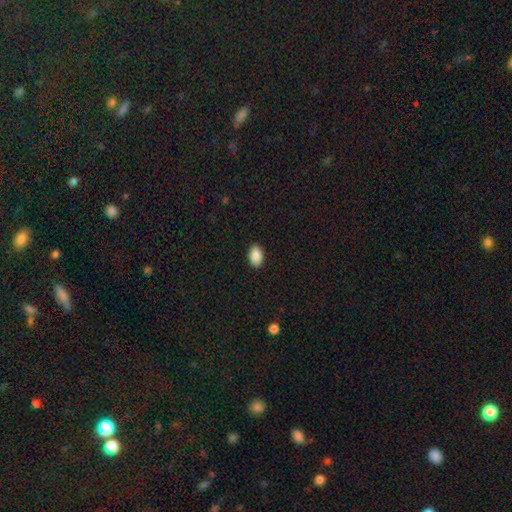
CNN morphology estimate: Q: Smooth or featured?
A: smooth (87%); runner-up: star or artifact (7%)
Q: How rounded?
A: in between (91%); runner-up: round (8%)
Q: Merging?
A: none (90%); runner-up: minor disturbance (7%)